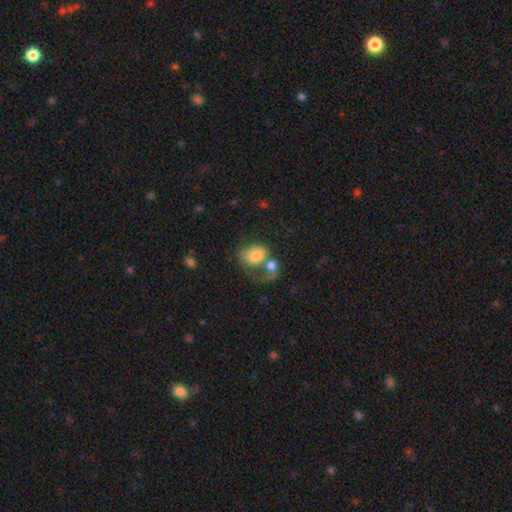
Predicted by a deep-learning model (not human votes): Smooth or featured? smooth (67%)
How rounded? in between (63%)
Merging? merger (49%)